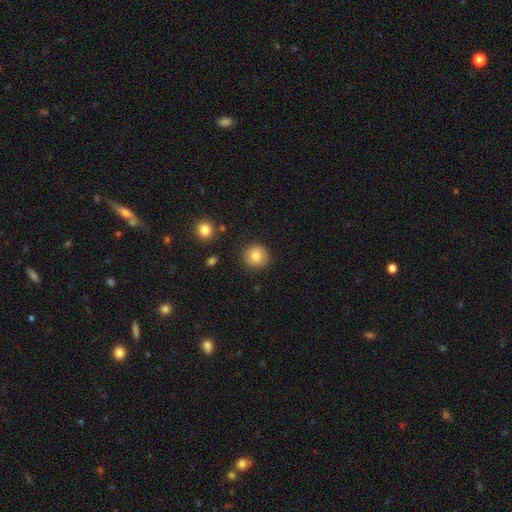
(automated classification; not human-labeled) smooth_or_featured: smooth (p=0.81) [alt: featured or disk p=0.10]
how_rounded: round (p=0.90) [alt: in between p=0.09]
merging: none (p=0.87) [alt: minor disturbance p=0.09]